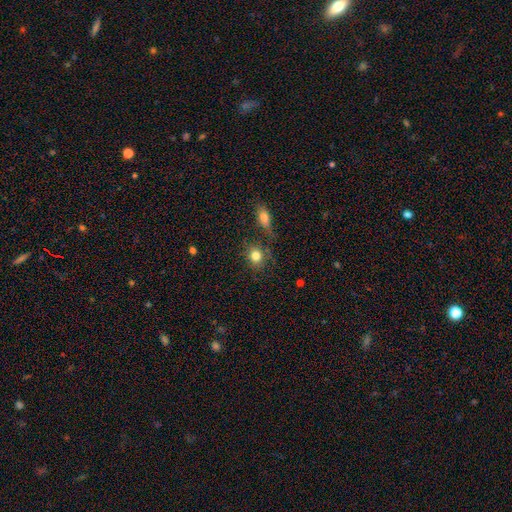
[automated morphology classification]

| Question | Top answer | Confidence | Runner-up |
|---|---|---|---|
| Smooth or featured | smooth | 81% | star or artifact (10%) |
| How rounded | round | 68% | in between (31%) |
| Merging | none | 68% | minor disturbance (13%) |